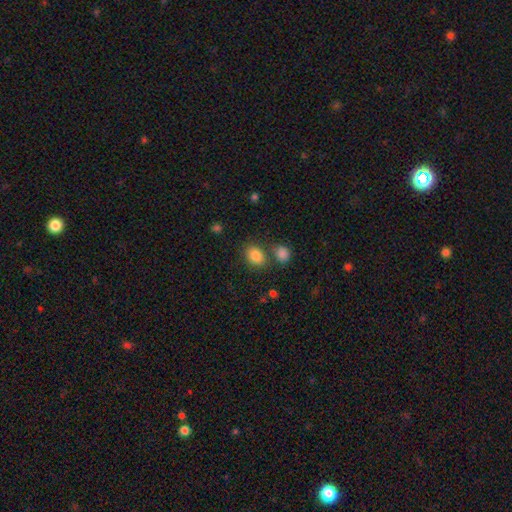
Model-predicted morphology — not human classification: Smooth or featured?
  - smooth: 85% *
  - star or artifact: 10%
  - featured or disk: 6%
How rounded?
  - in between: 66% *
  - round: 33%
  - cigar-shaped: 1%
Merging?
  - none: 66% *
  - merger: 18%
  - minor disturbance: 12%
  - major disturbance: 4%